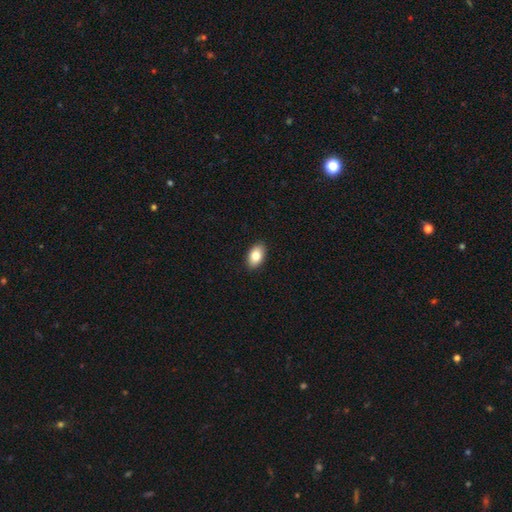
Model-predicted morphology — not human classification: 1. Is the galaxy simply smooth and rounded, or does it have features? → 83% smooth, 9% featured or disk, 7% star or artifact.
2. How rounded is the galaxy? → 92% in between, 7% round, 1% cigar-shaped.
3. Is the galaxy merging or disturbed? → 90% none, 7% minor disturbance, 2% major disturbance, 1% merger.